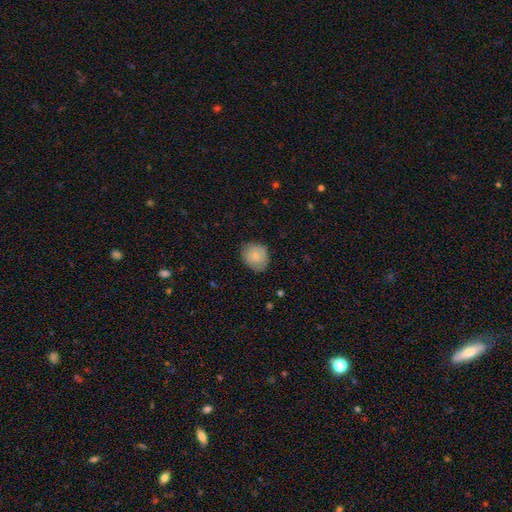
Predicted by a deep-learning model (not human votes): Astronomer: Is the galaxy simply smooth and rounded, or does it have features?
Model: smooth — 73%.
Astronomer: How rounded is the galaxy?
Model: round — 66%.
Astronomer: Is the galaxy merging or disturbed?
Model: none — 72%.